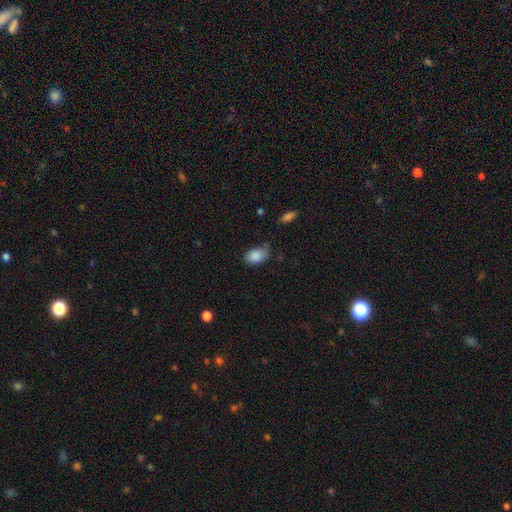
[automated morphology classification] This is clearly a smooth galaxy (86%). How rounded: clearly in between (87%). Merging: possibly none (57%).